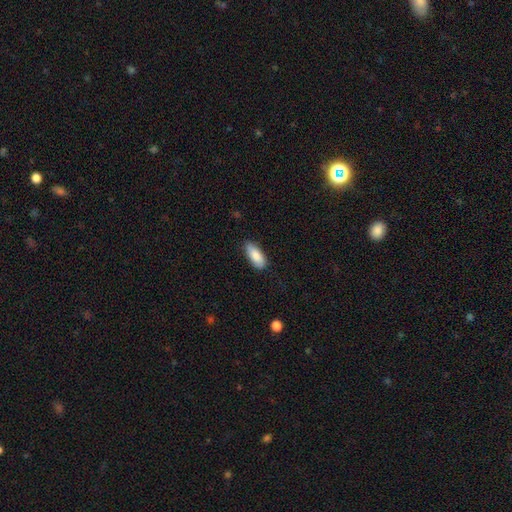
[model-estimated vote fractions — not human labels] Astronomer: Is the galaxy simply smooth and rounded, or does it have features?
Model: smooth — 87%.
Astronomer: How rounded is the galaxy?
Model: in between — 83%.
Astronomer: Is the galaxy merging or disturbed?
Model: none — 79%.